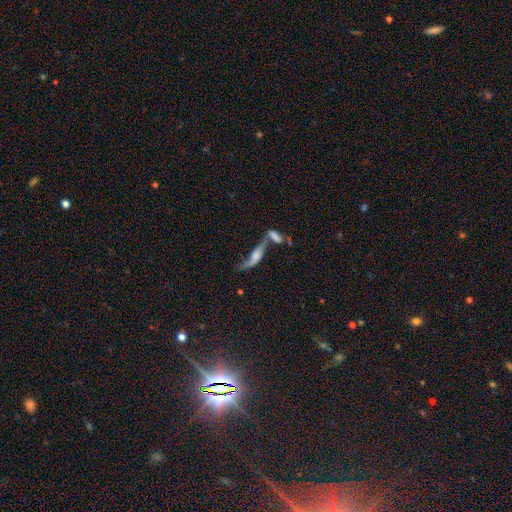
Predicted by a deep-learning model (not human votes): A featured or disk galaxy (62%) viewed edge-on (51%).

Vote fractions:
- Smooth or featured? featured or disk: 62% / smooth: 28% / star or artifact: 10%
- Edge-on disk? yes: 51% / no: 49%
- Merging? merger: 42% / none: 32% / minor disturbance: 14% / major disturbance: 12%